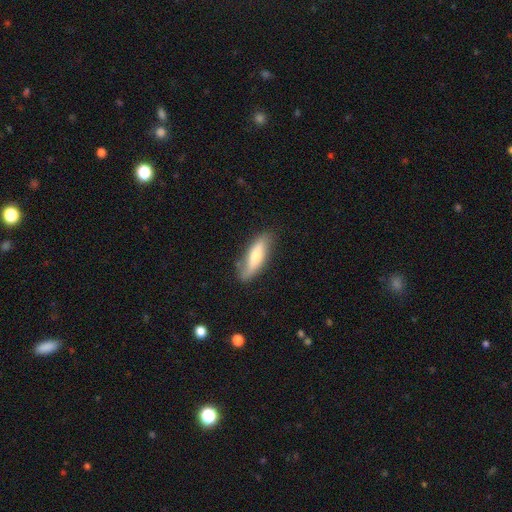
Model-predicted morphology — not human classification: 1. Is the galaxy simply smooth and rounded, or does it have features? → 58% smooth, 36% featured or disk, 6% star or artifact.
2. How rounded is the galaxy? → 49% cigar-shaped, 48% in between, 2% round.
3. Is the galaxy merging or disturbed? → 77% none, 17% minor disturbance, 3% major disturbance, 2% merger.